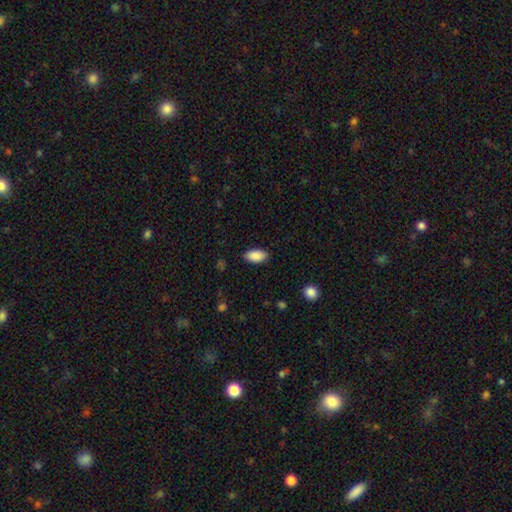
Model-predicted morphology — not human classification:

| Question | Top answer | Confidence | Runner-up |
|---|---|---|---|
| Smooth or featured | smooth | 90% | star or artifact (7%) |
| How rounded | in between | 93% | cigar-shaped (4%) |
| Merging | none | 86% | minor disturbance (11%) |